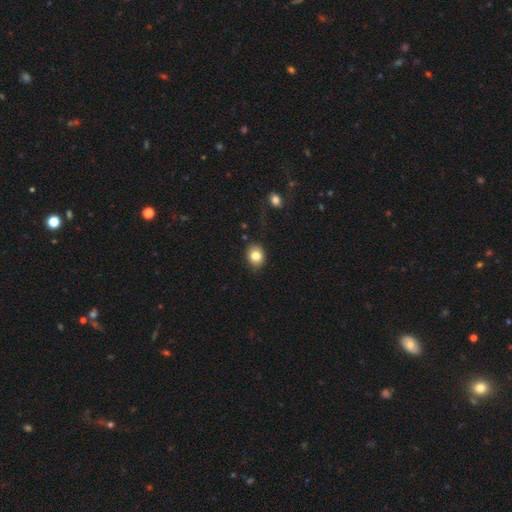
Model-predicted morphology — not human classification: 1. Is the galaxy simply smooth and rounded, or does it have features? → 81% smooth, 10% star or artifact, 9% featured or disk.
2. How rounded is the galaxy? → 50% round, 49% in between, 1% cigar-shaped.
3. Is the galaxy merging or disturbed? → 85% none, 11% minor disturbance, 3% major disturbance, 2% merger.